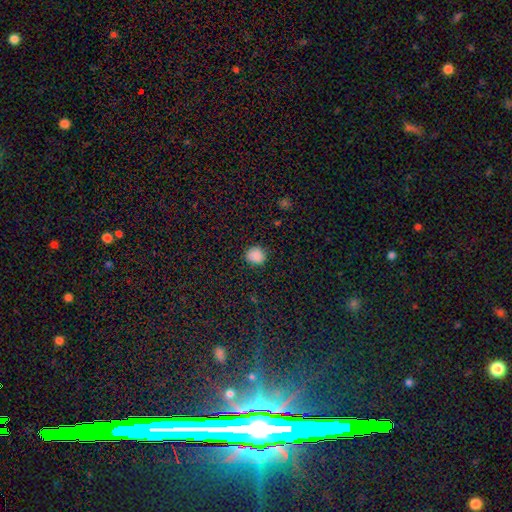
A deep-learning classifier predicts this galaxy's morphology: Overall: smooth (87%). How rounded: round (85%). Merging: none (87%).